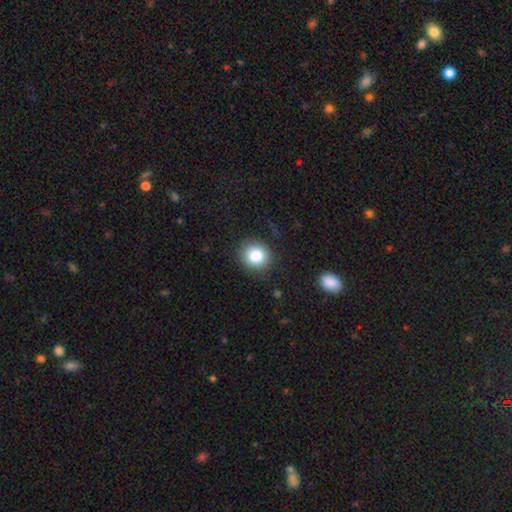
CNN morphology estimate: Q: Smooth or featured?
A: smooth (83%); runner-up: star or artifact (10%)
Q: How rounded?
A: round (84%); runner-up: in between (15%)
Q: Merging?
A: none (85%); runner-up: minor disturbance (10%)